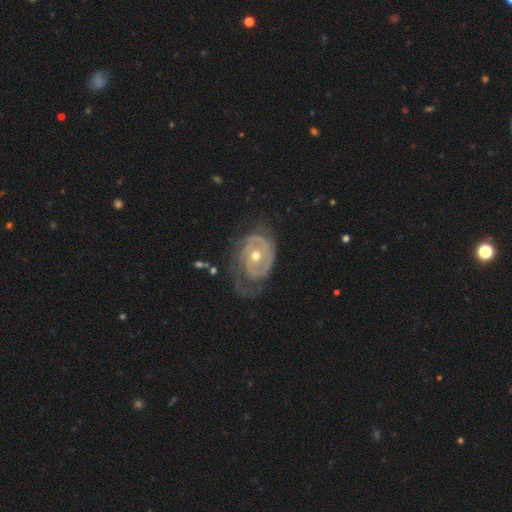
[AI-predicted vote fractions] Smooth or featured? Predicted: featured or disk (p=0.85). Edge-on disk? Predicted: no (p=0.97). Bar? Predicted: no (p=0.74). Spiral arms? Predicted: yes (p=0.89). Spiral winding? Predicted: tight (p=0.63). Spiral arm count? Predicted: 2 (p=0.41). Bulge size? Predicted: moderate (p=0.66). Merging? Predicted: none (p=0.48).